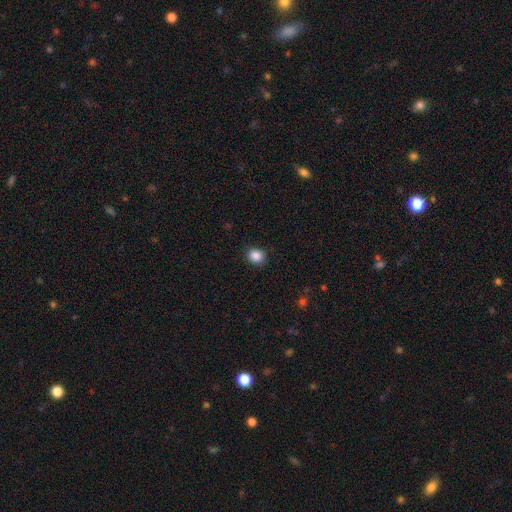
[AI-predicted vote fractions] A smooth galaxy with no disk features (87%) that is round (72%). Merging: none (89%).